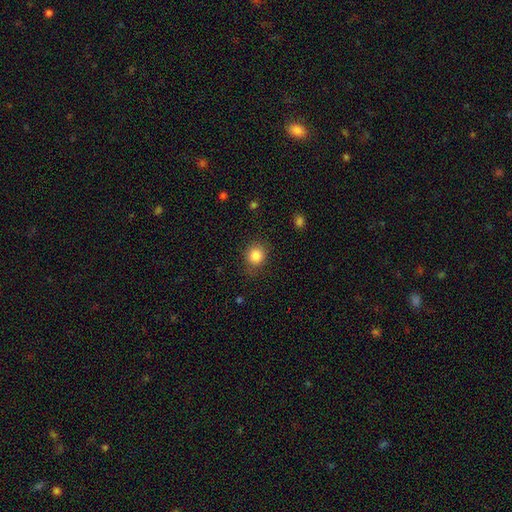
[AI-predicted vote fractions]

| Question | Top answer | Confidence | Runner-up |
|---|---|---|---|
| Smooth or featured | smooth | 85% | star or artifact (10%) |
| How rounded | round | 81% | in between (18%) |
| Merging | none | 81% | minor disturbance (14%) |